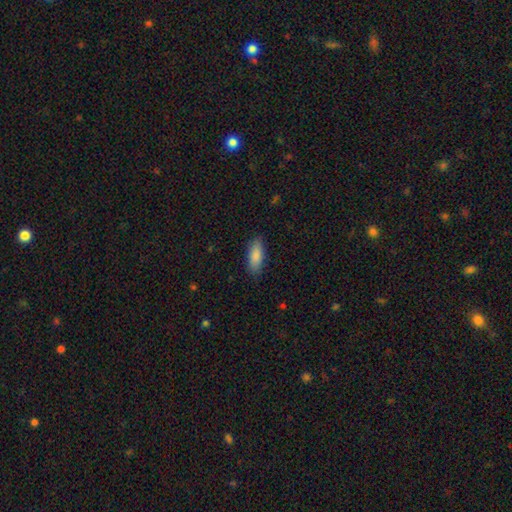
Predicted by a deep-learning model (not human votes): Overall: smooth (88%). How rounded: in between (74%). Merging: none (86%).